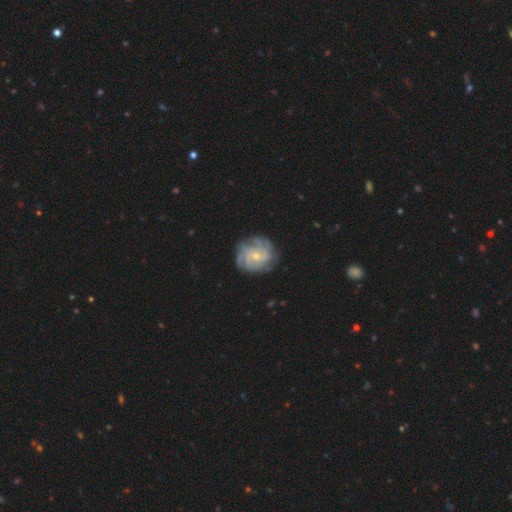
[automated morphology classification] The model was most divided on "spiral arm count": can't tell: 32%, 4: 26%, 3: 14%, more than 4: 13%, 2: 9%, 1: 7%. More confident: edge-on disk — no (98%); spiral arms — yes (95%); smooth or featured — featured or disk (82%); merging — none (77%); bulge size — small (69%); bar — no (65%); spiral winding — tight (58%).